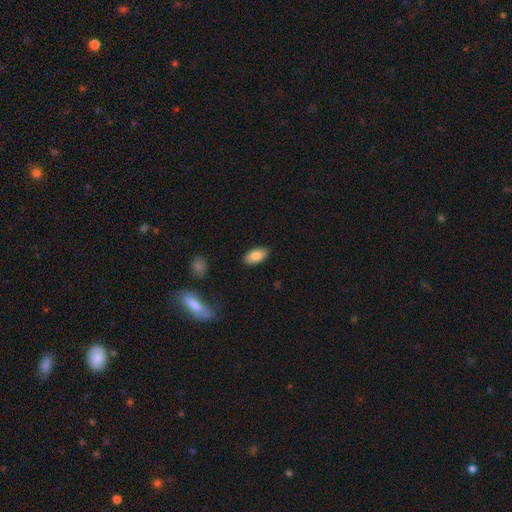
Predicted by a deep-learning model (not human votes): Morphology: type=smooth (85%); roundness=in between (92%); merging=none (87%).